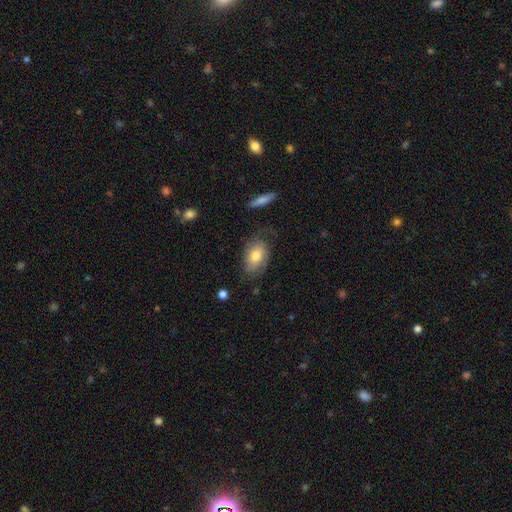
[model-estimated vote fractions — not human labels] The model was most divided on "smooth or featured": smooth: 52%, featured or disk: 41%, star or artifact: 7%. More confident: how rounded — in between (86%); merging — none (60%).